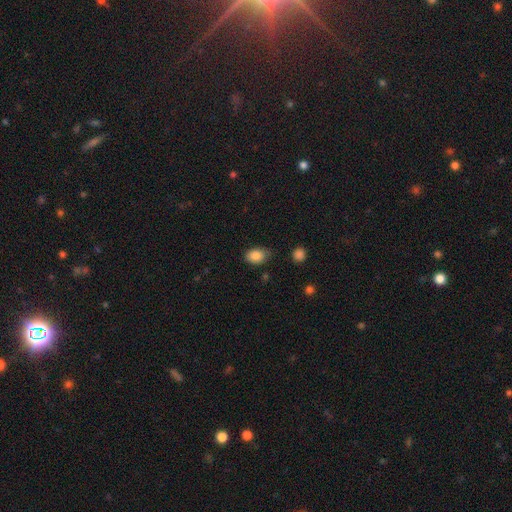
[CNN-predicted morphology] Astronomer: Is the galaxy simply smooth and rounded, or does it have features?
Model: smooth — 86%.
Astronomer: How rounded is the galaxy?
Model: in between — 82%.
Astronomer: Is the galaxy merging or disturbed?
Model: none — 73%.